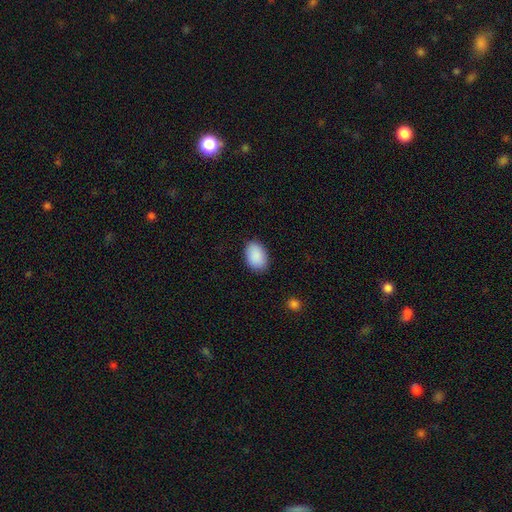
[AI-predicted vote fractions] A smooth galaxy with no disk features (91%) that is in between round and cigar-shaped (89%). Merging: none (87%).